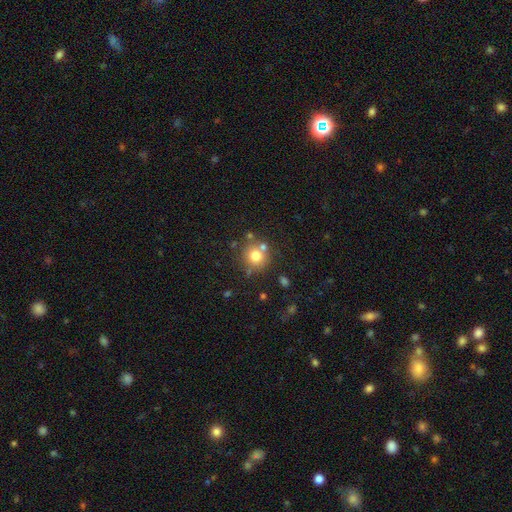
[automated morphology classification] Overall: smooth (75%). How rounded: round (89%). Merging: none (70%).